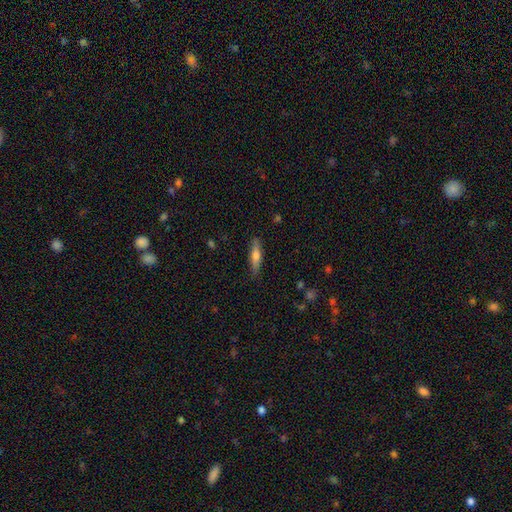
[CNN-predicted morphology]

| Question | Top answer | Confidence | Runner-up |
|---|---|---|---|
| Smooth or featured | smooth | 58% | featured or disk (36%) |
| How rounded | cigar-shaped | 73% | in between (25%) |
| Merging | none | 84% | minor disturbance (12%) |